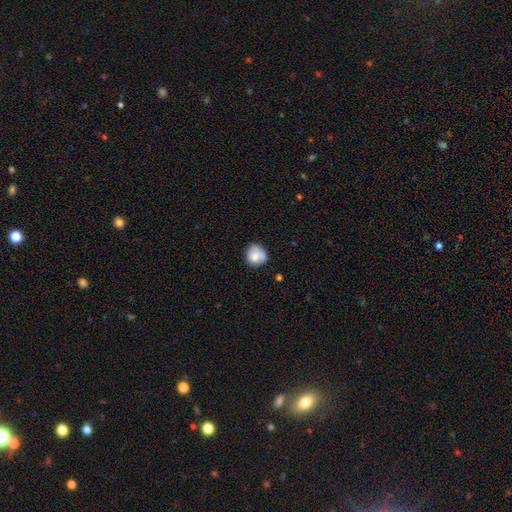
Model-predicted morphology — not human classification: Q: Smooth or featured?
A: smooth (76%); runner-up: featured or disk (15%)
Q: How rounded?
A: round (81%); runner-up: in between (18%)
Q: Merging?
A: none (60%); runner-up: minor disturbance (24%)